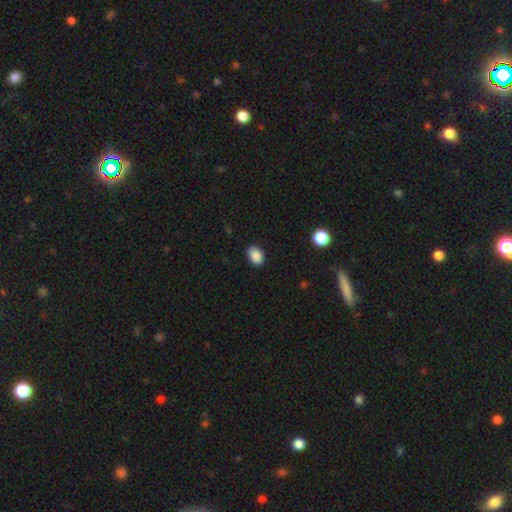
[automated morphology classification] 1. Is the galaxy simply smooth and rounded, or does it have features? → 89% smooth, 9% star or artifact, 3% featured or disk.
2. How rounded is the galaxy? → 80% in between, 19% round, 1% cigar-shaped.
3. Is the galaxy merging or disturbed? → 87% none, 10% minor disturbance, 2% major disturbance, 1% merger.